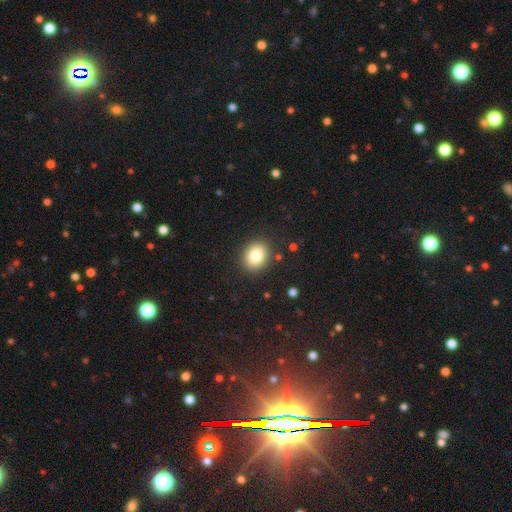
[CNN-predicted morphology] This is clearly a smooth galaxy (81%). How rounded: possibly round (56%). Merging: clearly none (88%).